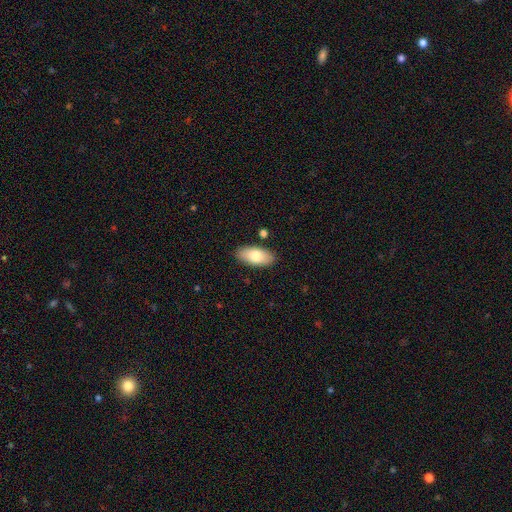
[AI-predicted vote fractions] Smooth or featured? smooth (77%)
How rounded? in between (91%)
Merging? none (87%)